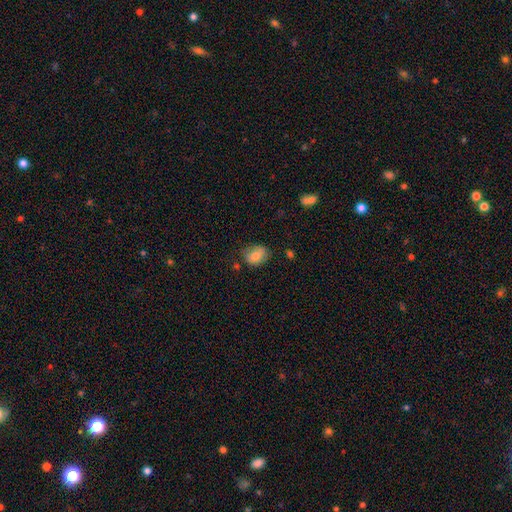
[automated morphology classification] Overall: smooth (79%). How rounded: in between (65%; round 34%). Merging: none (61%; minor disturbance 29%).